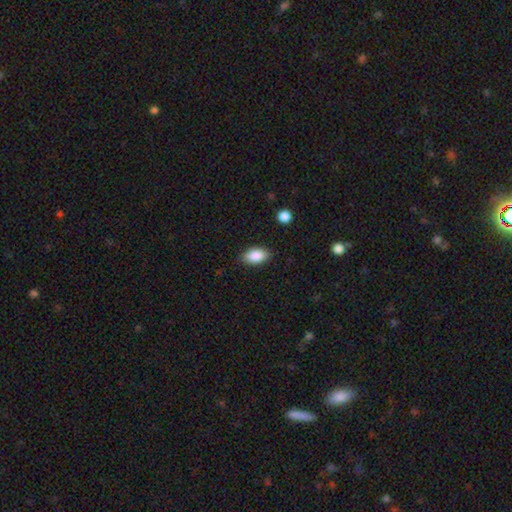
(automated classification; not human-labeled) smooth 87%, star or artifact 7%, featured or disk 6%. Down the decision tree: how rounded — in between (92%); merging — none (86%).